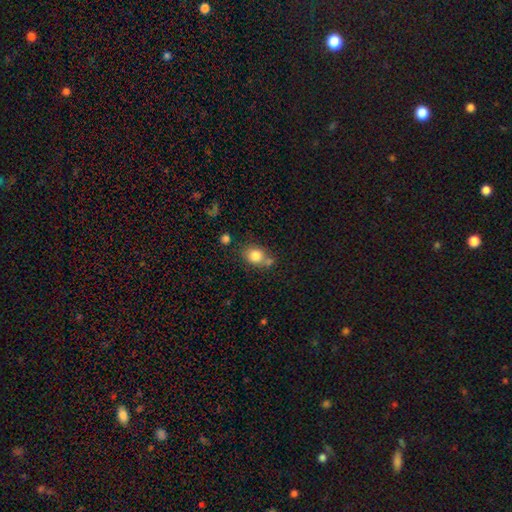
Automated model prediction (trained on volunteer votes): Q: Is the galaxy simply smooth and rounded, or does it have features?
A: smooth — 81%.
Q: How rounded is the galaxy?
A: round — 57%.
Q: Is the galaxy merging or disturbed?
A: none — 61%.